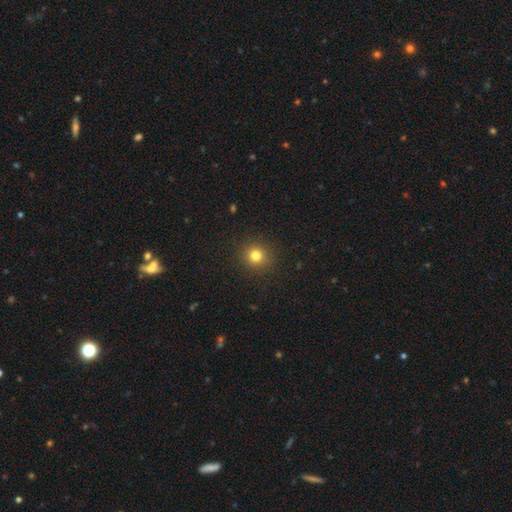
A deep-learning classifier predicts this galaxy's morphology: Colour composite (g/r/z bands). It shows a smooth galaxy with no disk features (79%) that is round (93%). Merging: none (91%).